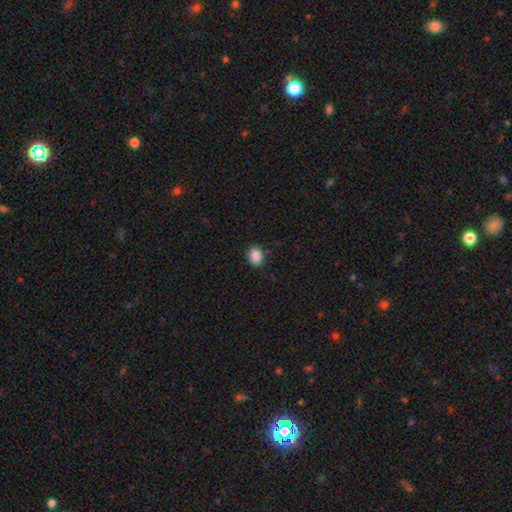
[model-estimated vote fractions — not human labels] Overall: smooth (87%). How rounded: in between (55%; round 45%). Merging: none (89%).